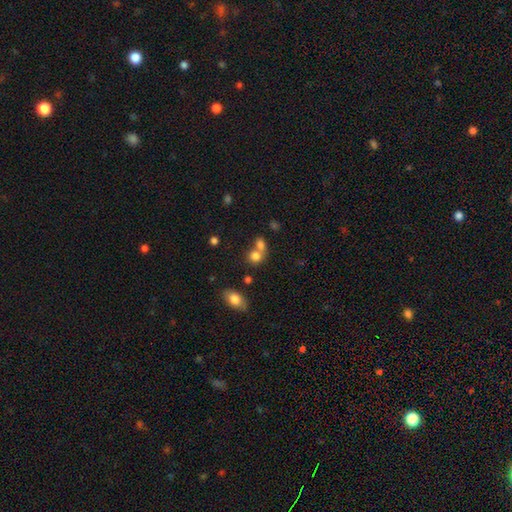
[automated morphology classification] Overall: smooth (78%). How rounded: round (67%; in between 32%). Merging: merger (51%; none 38%).